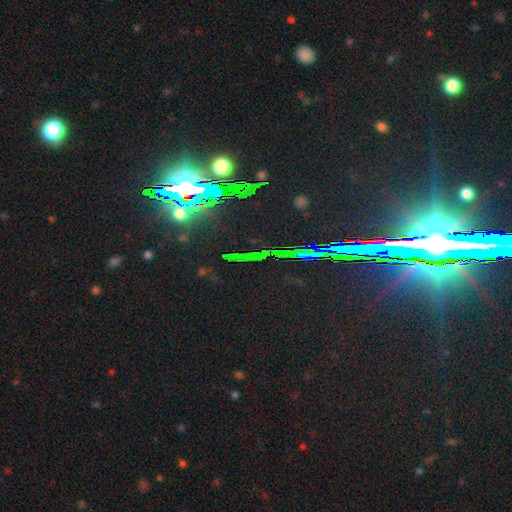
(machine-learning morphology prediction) type=star or artifact (84%).